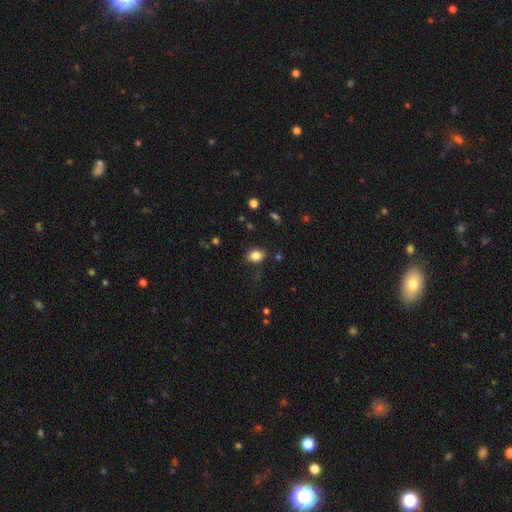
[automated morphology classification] Smooth or featured?
  - smooth: 84% *
  - star or artifact: 10%
  - featured or disk: 7%
How rounded?
  - in between: 74% *
  - round: 25%
  - cigar-shaped: 1%
Merging?
  - none: 82% *
  - minor disturbance: 13%
  - major disturbance: 3%
  - merger: 2%